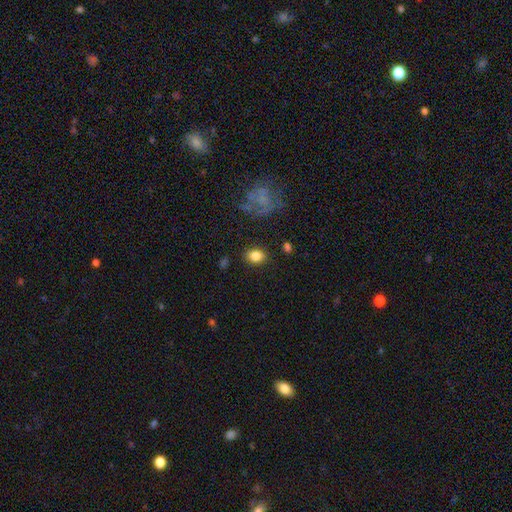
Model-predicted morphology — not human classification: Smooth or featured?
  - smooth: 83% *
  - star or artifact: 10%
  - featured or disk: 7%
How rounded?
  - in between: 63% *
  - round: 36%
  - cigar-shaped: 1%
Merging?
  - none: 85% *
  - minor disturbance: 10%
  - major disturbance: 3%
  - merger: 2%